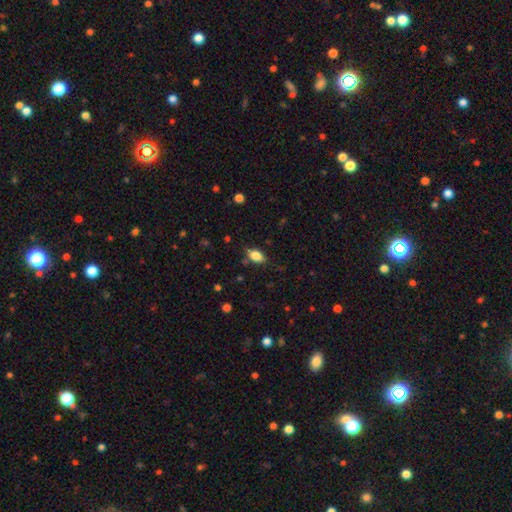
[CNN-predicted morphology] Smooth or featured? Predicted: smooth (p=0.83). How rounded? Predicted: in between (p=0.87). Merging? Predicted: none (p=0.78).